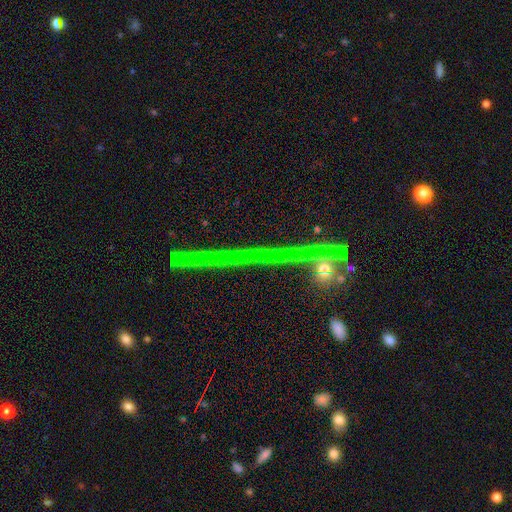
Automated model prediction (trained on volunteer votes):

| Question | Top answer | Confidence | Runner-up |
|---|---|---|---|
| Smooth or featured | star or artifact | 55% | featured or disk (31%) |